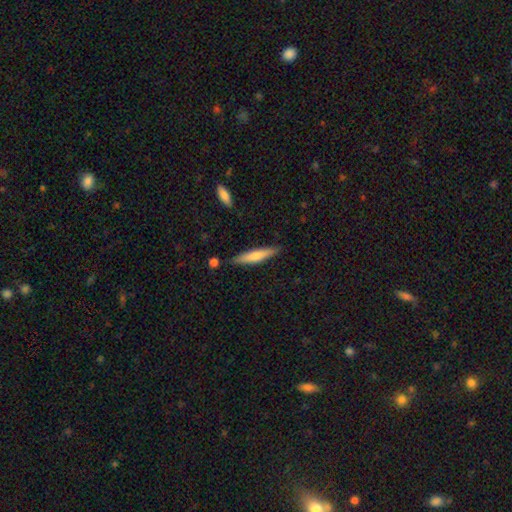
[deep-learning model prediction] This appears to be a smooth galaxy with no disk features (62%) that is cigar-shaped (87%). Merging: none (85%).